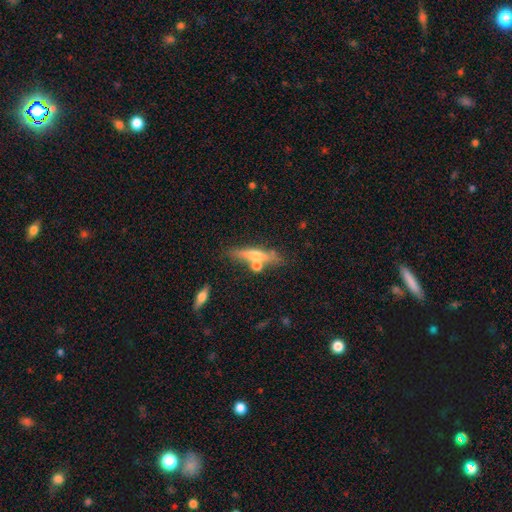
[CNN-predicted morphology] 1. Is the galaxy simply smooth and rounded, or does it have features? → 48% featured or disk, 44% smooth, 8% star or artifact.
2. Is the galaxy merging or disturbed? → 65% none, 17% merger, 13% minor disturbance, 4% major disturbance.